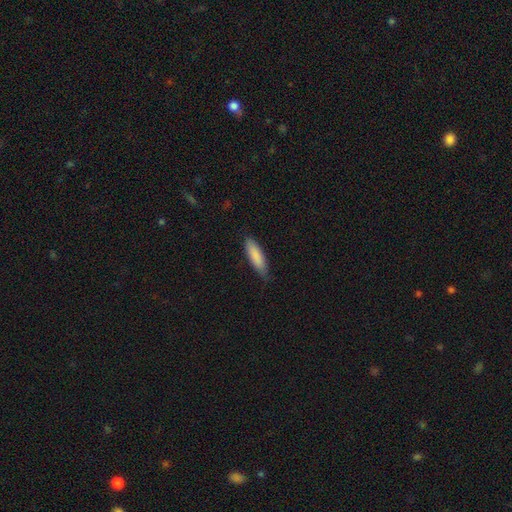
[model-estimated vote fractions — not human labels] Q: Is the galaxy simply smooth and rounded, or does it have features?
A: smooth — 86%.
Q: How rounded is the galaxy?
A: cigar-shaped — 57%.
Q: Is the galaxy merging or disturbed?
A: none — 78%.